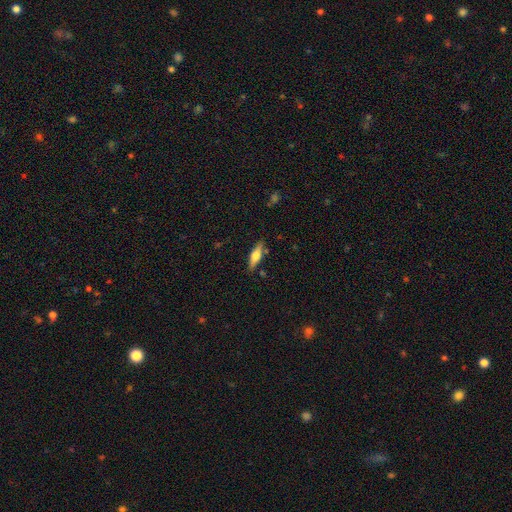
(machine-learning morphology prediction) smooth_or_featured: smooth (p=0.48) [alt: featured or disk p=0.46]
merging: none (p=0.83) [alt: minor disturbance p=0.12]